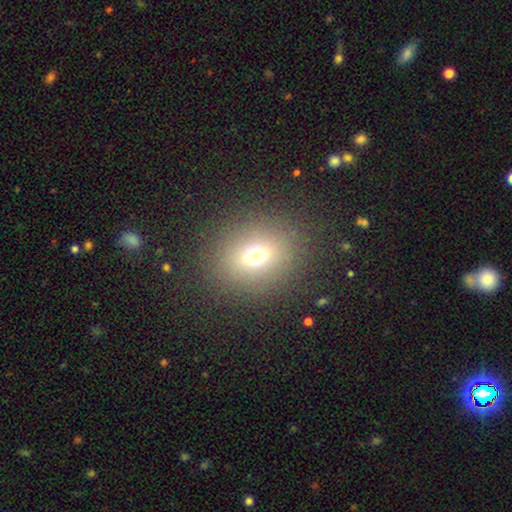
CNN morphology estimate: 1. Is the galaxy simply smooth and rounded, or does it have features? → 70% smooth, 18% star or artifact, 12% featured or disk.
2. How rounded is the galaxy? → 65% round, 34% in between, 1% cigar-shaped.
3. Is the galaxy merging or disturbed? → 86% none, 8% minor disturbance, 5% major disturbance, 1% merger.